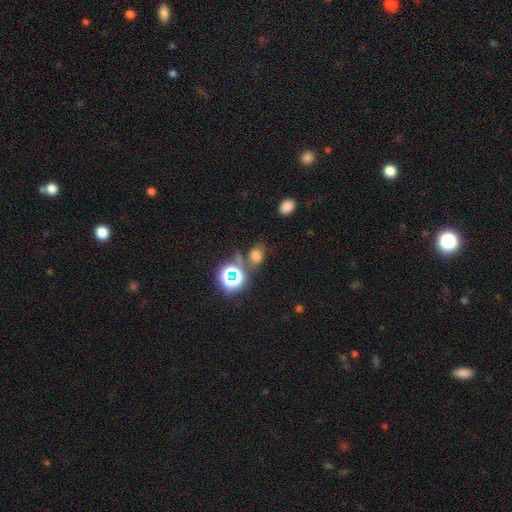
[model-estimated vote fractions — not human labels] Smooth or featured? Predicted: smooth (p=0.60). How rounded? Predicted: in between (p=0.62). Merging? Predicted: none (p=0.60).